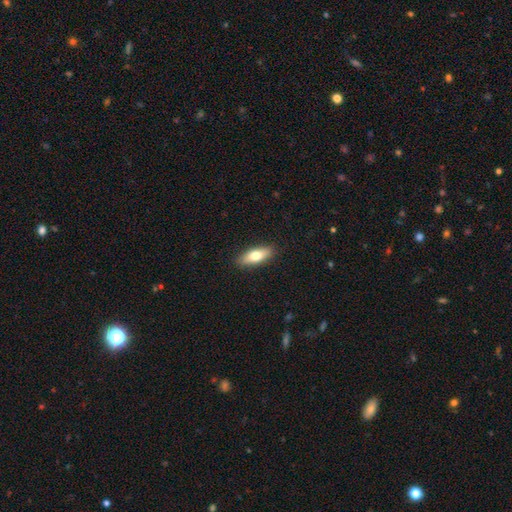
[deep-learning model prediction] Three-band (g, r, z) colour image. It shows a smooth galaxy with no disk features (71%) that is in between round and cigar-shaped (64%). Merging: none (89%).